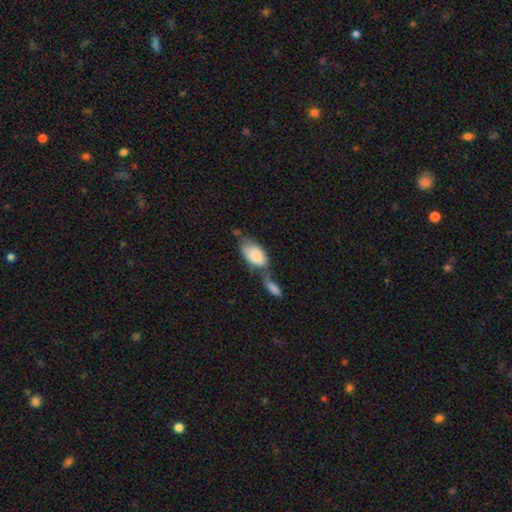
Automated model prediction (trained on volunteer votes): This appears to be a smooth galaxy with no disk features (80%) that is in between round and cigar-shaped (94%). Merging: merger (49%).